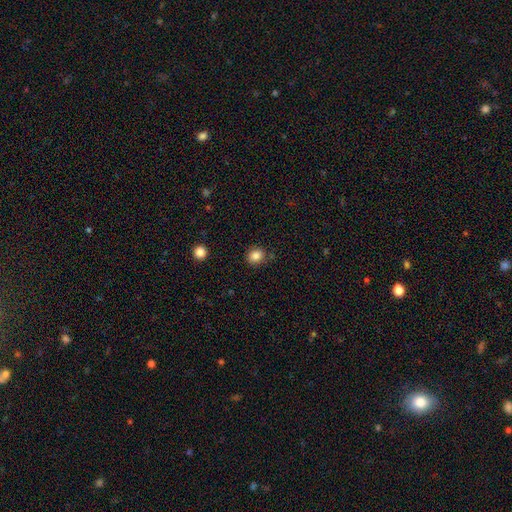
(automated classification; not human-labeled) smooth 85%, star or artifact 11%, featured or disk 5%. Down the decision tree: how rounded — round (73%); merging — none (83%).